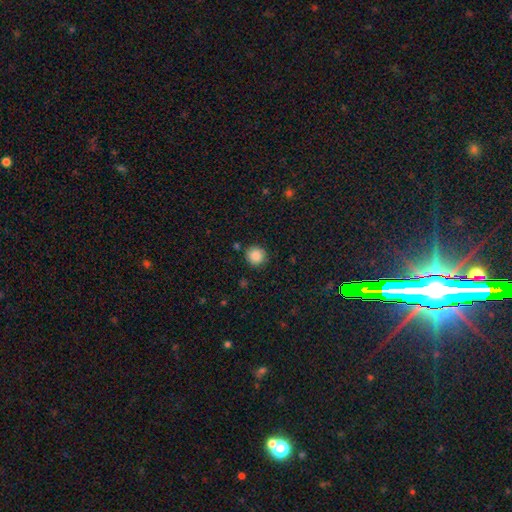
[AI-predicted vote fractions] Overall: smooth (87%). How rounded: round (93%). Merging: none (87%).